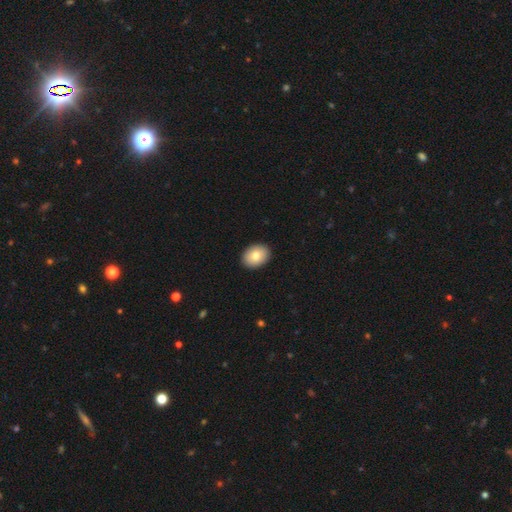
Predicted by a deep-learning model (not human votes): Q: Smooth or featured?
A: smooth (81%); runner-up: featured or disk (12%)
Q: How rounded?
A: in between (73%); runner-up: round (26%)
Q: Merging?
A: none (92%); runner-up: minor disturbance (6%)